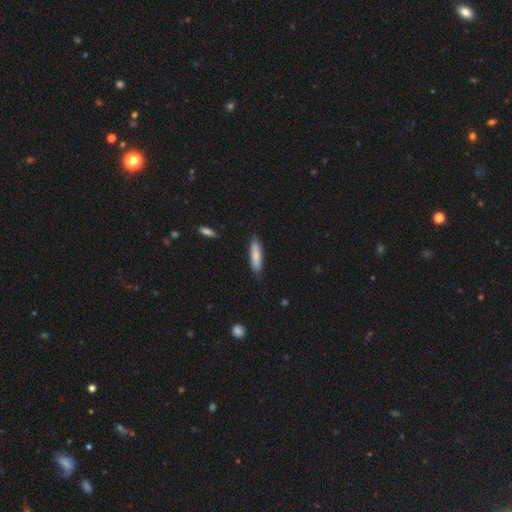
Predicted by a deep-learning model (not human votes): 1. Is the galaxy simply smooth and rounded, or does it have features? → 79% smooth, 16% featured or disk, 6% star or artifact.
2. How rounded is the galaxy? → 72% cigar-shaped, 27% in between, 2% round.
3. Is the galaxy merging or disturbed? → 83% none, 13% minor disturbance, 2% major disturbance, 1% merger.